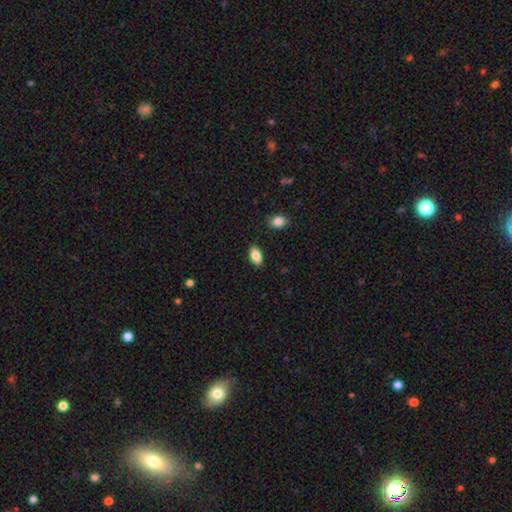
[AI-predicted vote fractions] Smooth or featured?
  - smooth: 85% *
  - featured or disk: 7%
  - star or artifact: 7%
How rounded?
  - in between: 91% *
  - round: 5%
  - cigar-shaped: 4%
Merging?
  - none: 86% *
  - minor disturbance: 10%
  - major disturbance: 2%
  - merger: 1%